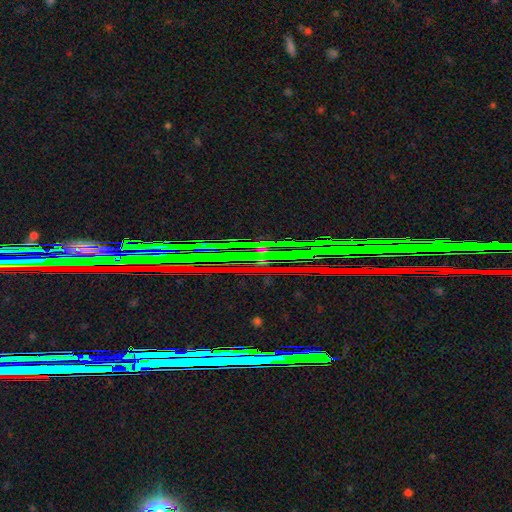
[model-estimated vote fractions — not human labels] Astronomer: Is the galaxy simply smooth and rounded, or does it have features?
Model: star or artifact — 81%.